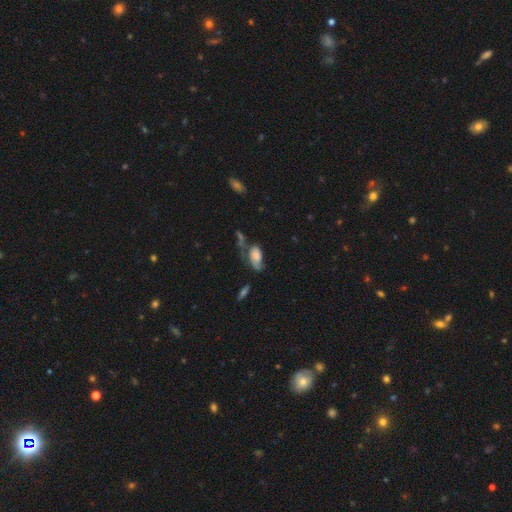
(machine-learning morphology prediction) smooth-or-featured: smooth: 63% | featured or disk: 27% | star or artifact: 9%
  how-rounded: in between: 91% | cigar-shaped: 5% | round: 4%
  merging: none: 31% | major disturbance: 28% | minor disturbance: 25% | merger: 15%